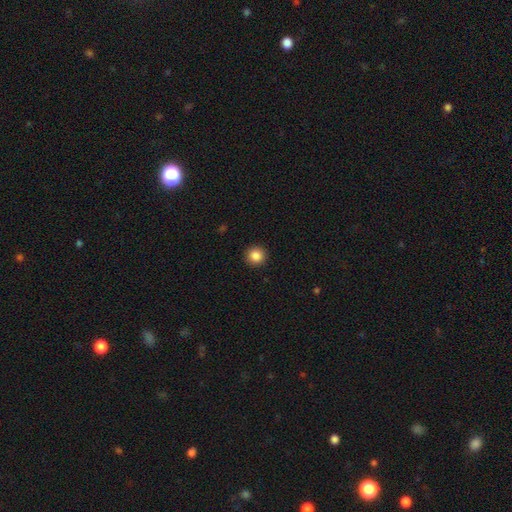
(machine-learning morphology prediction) A smooth galaxy with no disk features (87%) that is round (95%). Merging: none (93%).